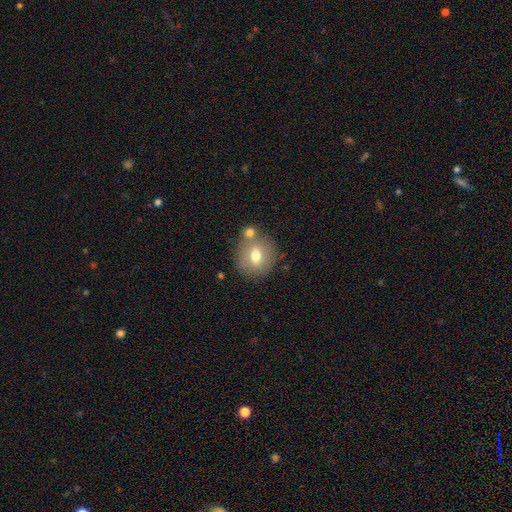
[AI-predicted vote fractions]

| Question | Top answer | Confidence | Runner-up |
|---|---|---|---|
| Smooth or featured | smooth | 63% | featured or disk (28%) |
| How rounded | round | 73% | in between (26%) |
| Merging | none | 65% | merger (18%) |